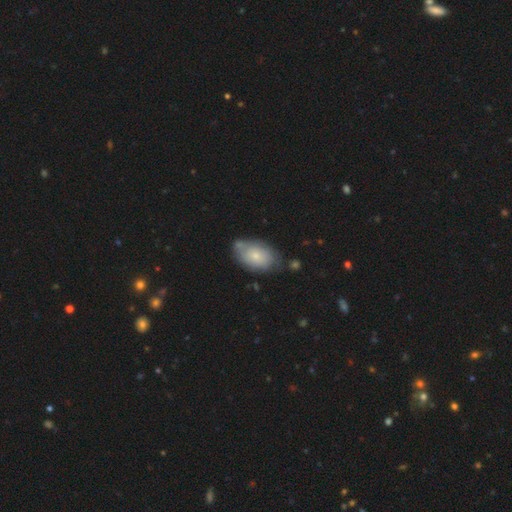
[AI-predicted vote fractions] Overall: smooth (69%). How rounded: in between (89%). Merging: none (60%; minor disturbance 25%).